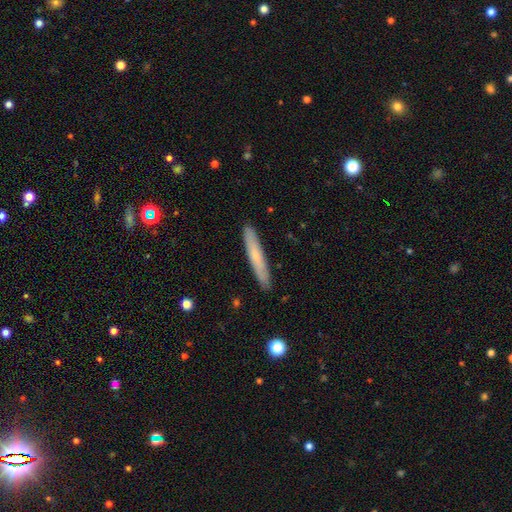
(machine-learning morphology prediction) type=smooth (58%); roundness=cigar-shaped (94%); merging=none (90%).